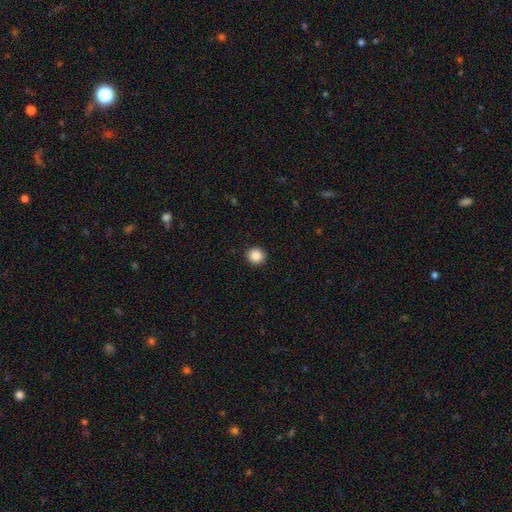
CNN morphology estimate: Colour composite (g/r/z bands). It shows a smooth galaxy with no disk features (88%) that is round (91%). Merging: none (92%).